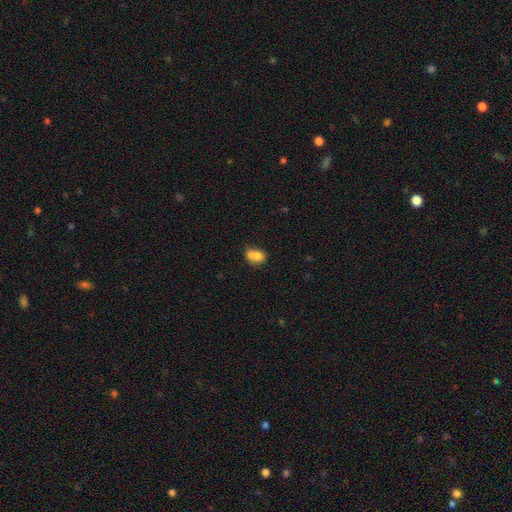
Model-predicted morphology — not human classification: This appears to be a smooth galaxy with no disk features (73%) that is in between round and cigar-shaped (57%). Merging: merger (52%).